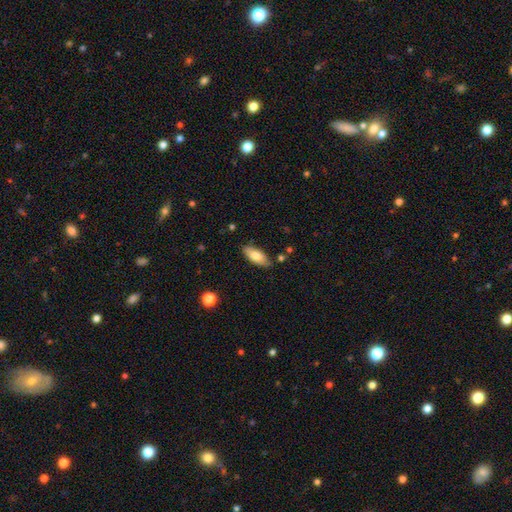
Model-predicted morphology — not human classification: Smooth or featured?
  - smooth: 74% *
  - featured or disk: 19%
  - star or artifact: 7%
How rounded?
  - in between: 79% *
  - cigar-shaped: 19%
  - round: 2%
Merging?
  - none: 80% *
  - minor disturbance: 15%
  - merger: 3%
  - major disturbance: 3%